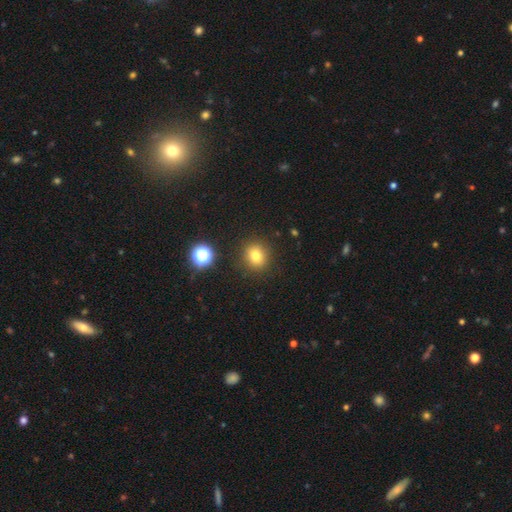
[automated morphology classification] smooth 78%, star or artifact 15%, featured or disk 7%. Down the decision tree: how rounded — round (80%); merging — none (89%).